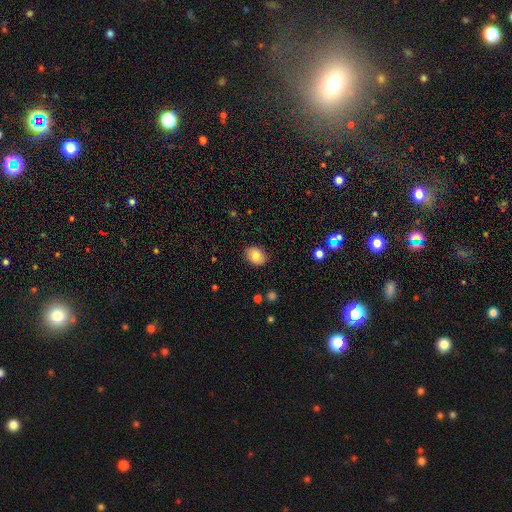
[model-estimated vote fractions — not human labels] Smooth or featured?
  - smooth: 82% *
  - featured or disk: 10%
  - star or artifact: 9%
How rounded?
  - in between: 62% *
  - round: 37%
  - cigar-shaped: 1%
Merging?
  - none: 87% *
  - minor disturbance: 10%
  - major disturbance: 2%
  - merger: 1%